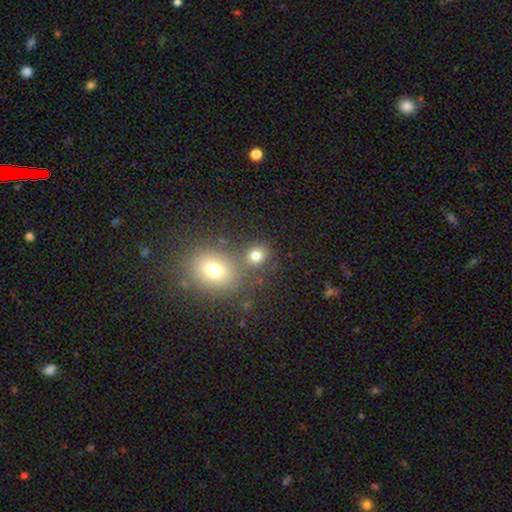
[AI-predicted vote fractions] smooth_or_featured: smooth (p=0.76) [alt: star or artifact p=0.16]
how_rounded: round (p=0.72) [alt: in between p=0.27]
merging: none (p=0.64) [alt: merger p=0.23]